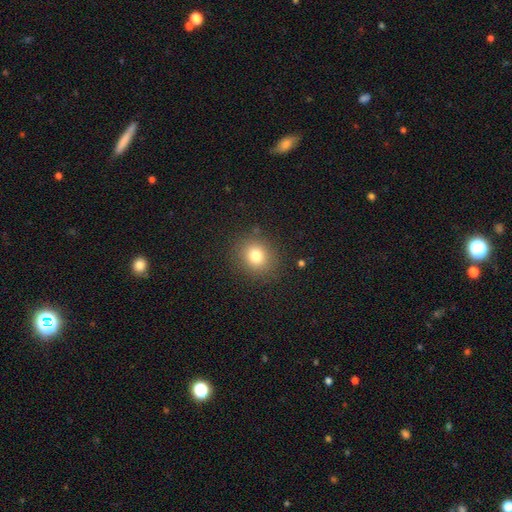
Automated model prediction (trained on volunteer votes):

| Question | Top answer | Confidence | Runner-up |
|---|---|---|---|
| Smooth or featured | smooth | 78% | star or artifact (13%) |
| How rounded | round | 77% | in between (22%) |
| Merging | none | 86% | minor disturbance (9%) |